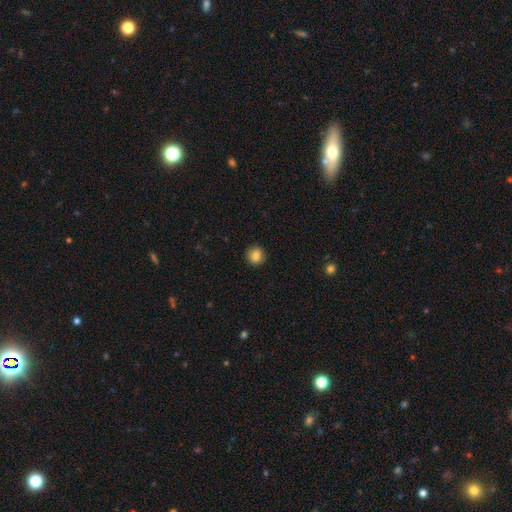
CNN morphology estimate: type=smooth (84%); roundness=round (91%); merging=none (92%).